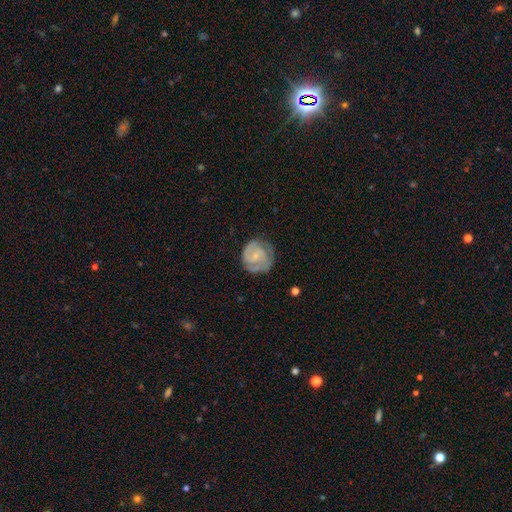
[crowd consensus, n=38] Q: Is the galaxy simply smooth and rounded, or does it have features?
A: featured or disk — 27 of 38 (71%).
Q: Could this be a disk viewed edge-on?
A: no — 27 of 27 (100%).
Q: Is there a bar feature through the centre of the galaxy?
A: no — 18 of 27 (67%).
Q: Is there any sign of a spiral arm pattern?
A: yes — 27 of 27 (100%).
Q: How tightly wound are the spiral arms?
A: tight — 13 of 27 (48%, tied with medium).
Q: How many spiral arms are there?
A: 2 — 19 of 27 (70%).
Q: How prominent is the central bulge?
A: small — 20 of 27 (74%).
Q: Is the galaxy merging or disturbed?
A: none — 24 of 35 (69%).